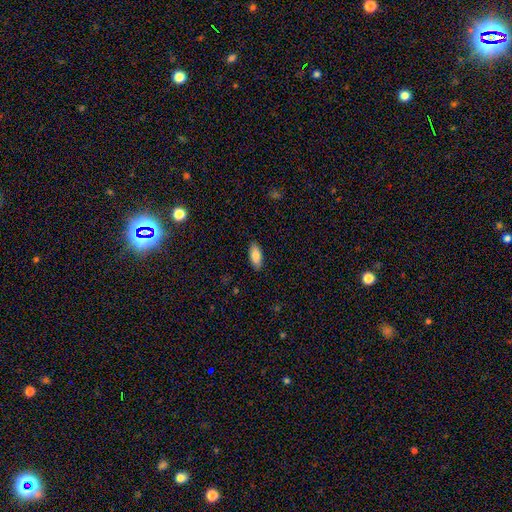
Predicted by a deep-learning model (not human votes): A smooth galaxy with no disk features (87%) that is in between round and cigar-shaped (85%). Merging: none (88%).